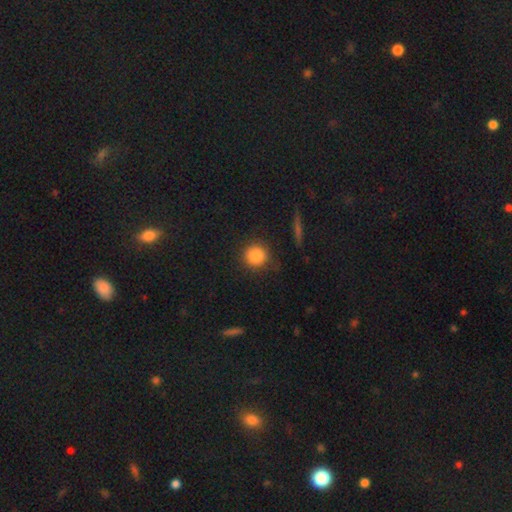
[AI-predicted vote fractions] Q: Smooth or featured?
A: smooth (86%); runner-up: star or artifact (9%)
Q: How rounded?
A: round (92%); runner-up: in between (7%)
Q: Merging?
A: none (84%); runner-up: minor disturbance (10%)